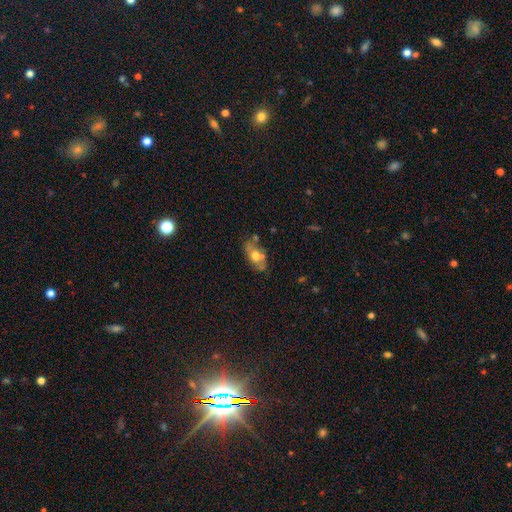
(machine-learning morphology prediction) smooth_or_featured: smooth (p=0.52) [alt: featured or disk p=0.40]
how_rounded: in between (p=0.83) [alt: round p=0.09]
merging: none (p=0.59) [alt: minor disturbance p=0.21]